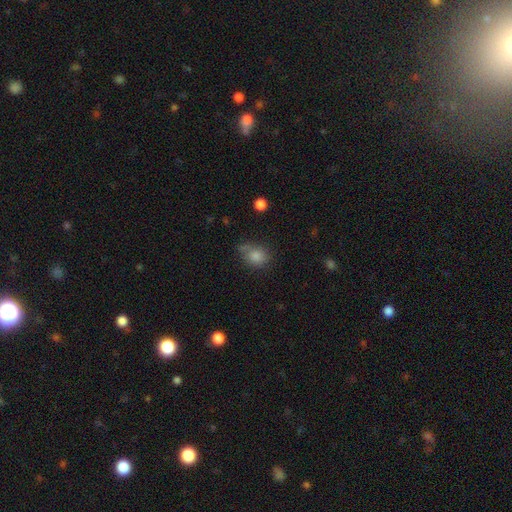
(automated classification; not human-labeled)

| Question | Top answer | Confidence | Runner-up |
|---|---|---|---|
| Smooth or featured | smooth | 79% | star or artifact (12%) |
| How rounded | round | 55% | in between (44%) |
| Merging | none | 59% | minor disturbance (26%) |